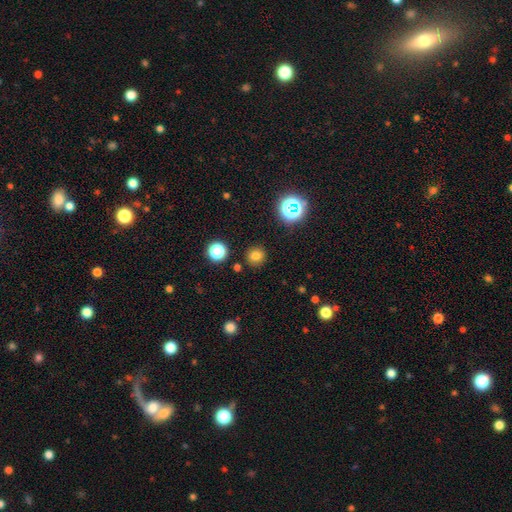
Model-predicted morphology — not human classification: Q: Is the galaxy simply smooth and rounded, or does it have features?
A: smooth — 76%.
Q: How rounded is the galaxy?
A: round — 90%.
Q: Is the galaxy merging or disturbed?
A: none — 88%.